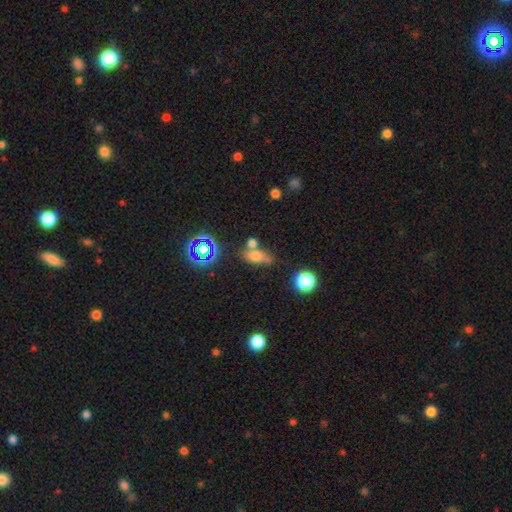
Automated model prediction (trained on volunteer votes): Smooth or featured: smooth — 65% (star or artifact — 19%)
How rounded: in between — 68% (cigar-shaped — 17%)
Merging: none — 51% (merger — 24%)